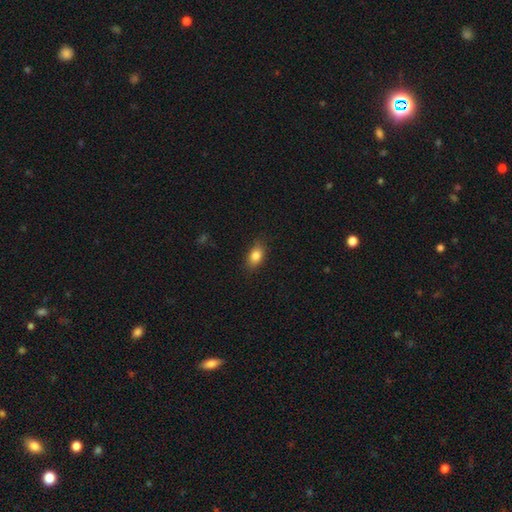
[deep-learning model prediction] Smooth or featured?
  - smooth: 83% *
  - star or artifact: 9%
  - featured or disk: 8%
How rounded?
  - in between: 83% *
  - round: 13%
  - cigar-shaped: 3%
Merging?
  - none: 84% *
  - minor disturbance: 12%
  - major disturbance: 3%
  - merger: 1%